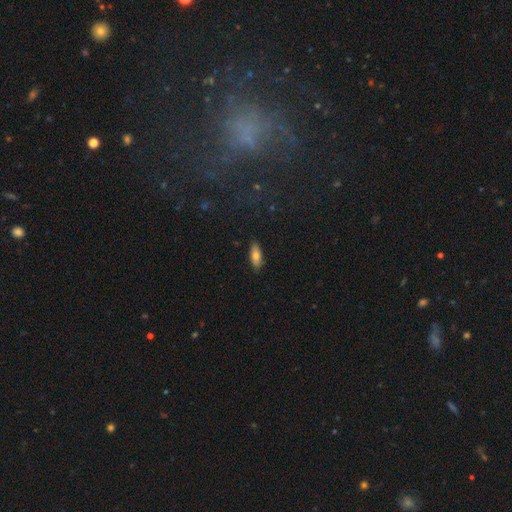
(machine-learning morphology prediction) Smooth or featured? Predicted: smooth (p=0.76). How rounded? Predicted: in between (p=0.75). Merging? Predicted: none (p=0.86).